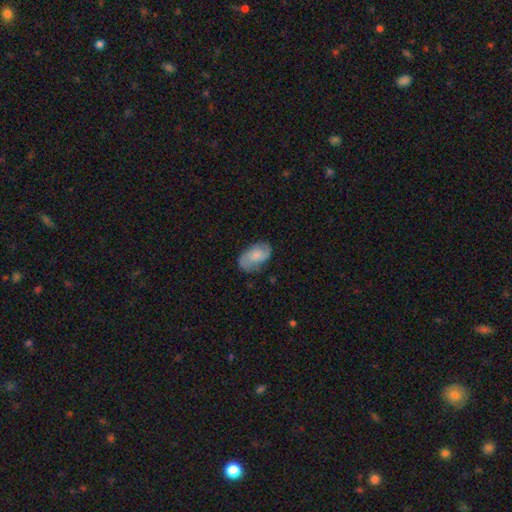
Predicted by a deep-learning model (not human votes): This appears to be a featured or disk galaxy (57%) with no bar (66%), spiral arms (90%) and a small central bulge (40%). Merging: none (70%).